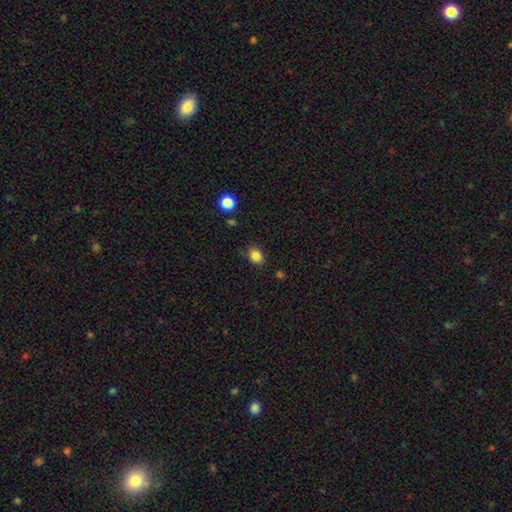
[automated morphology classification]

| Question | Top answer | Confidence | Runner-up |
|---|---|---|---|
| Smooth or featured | smooth | 85% | star or artifact (10%) |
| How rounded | in between | 60% | round (39%) |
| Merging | none | 81% | minor disturbance (14%) |